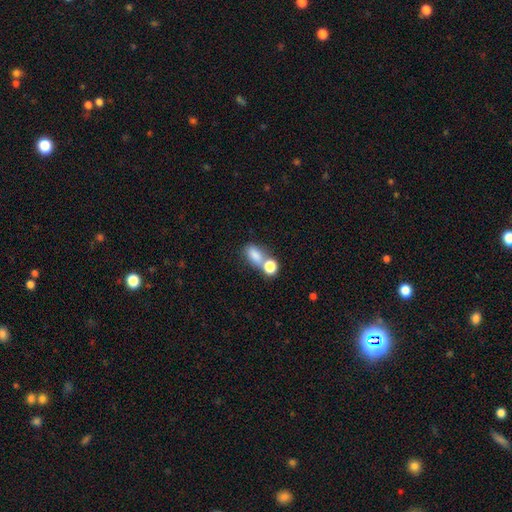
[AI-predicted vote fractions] Smooth or featured: smooth — 79% (star or artifact — 11%)
How rounded: in between — 77% (round — 19%)
Merging: merger — 46% (none — 37%)